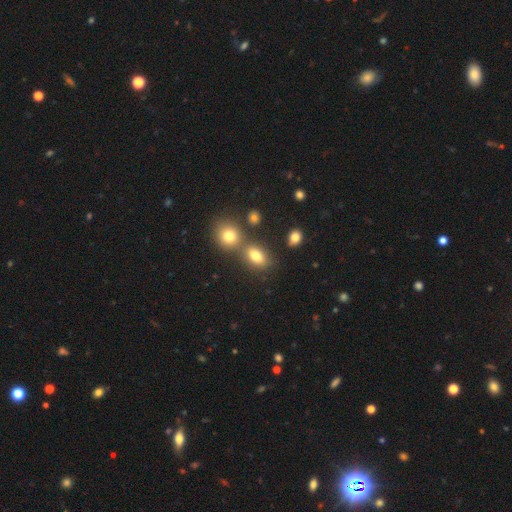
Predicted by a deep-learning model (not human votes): A smooth galaxy with no disk features (78%) that is in between round and cigar-shaped (79%).

Vote fractions:
- Smooth or featured? smooth: 78% / star or artifact: 12% / featured or disk: 10%
- How rounded? in between: 79% / round: 18% / cigar-shaped: 3%
- Merging? none: 60% / merger: 25% / minor disturbance: 11% / major disturbance: 4%